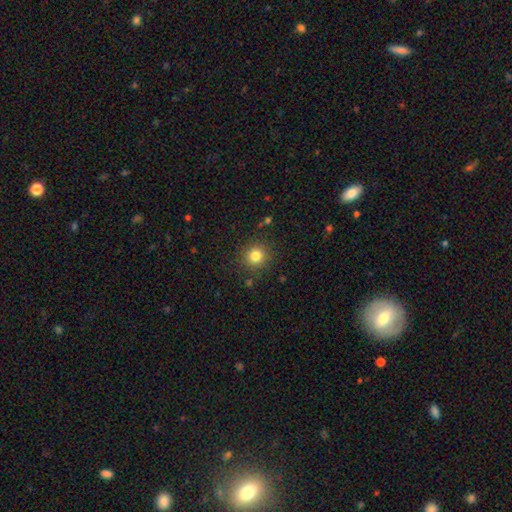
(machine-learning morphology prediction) A smooth galaxy with no disk features (81%) that is round (92%).

Vote fractions:
- Smooth or featured? smooth: 81% / star or artifact: 13% / featured or disk: 6%
- How rounded? round: 92% / in between: 7% / cigar-shaped: 1%
- Merging? none: 87% / minor disturbance: 8% / major disturbance: 3% / merger: 2%